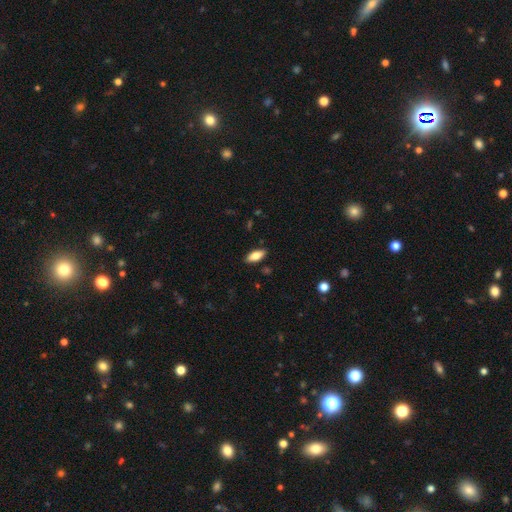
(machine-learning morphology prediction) This appears to be a smooth galaxy with no disk features (82%) that is in between round and cigar-shaped (84%). Merging: none (88%).